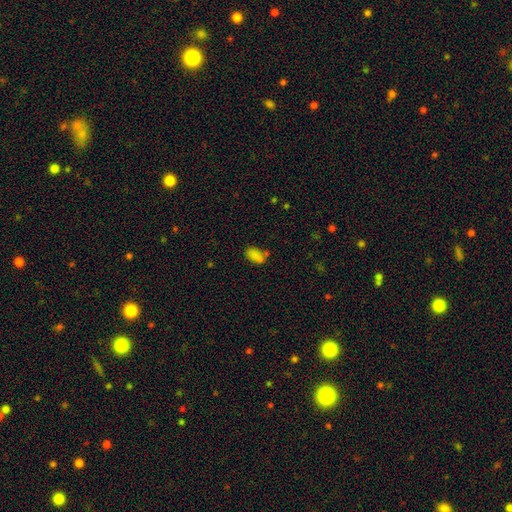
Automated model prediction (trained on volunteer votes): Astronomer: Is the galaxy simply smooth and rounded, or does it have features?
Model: smooth — 79%.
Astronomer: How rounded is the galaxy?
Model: in between — 90%.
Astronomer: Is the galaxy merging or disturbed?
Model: none — 56%.